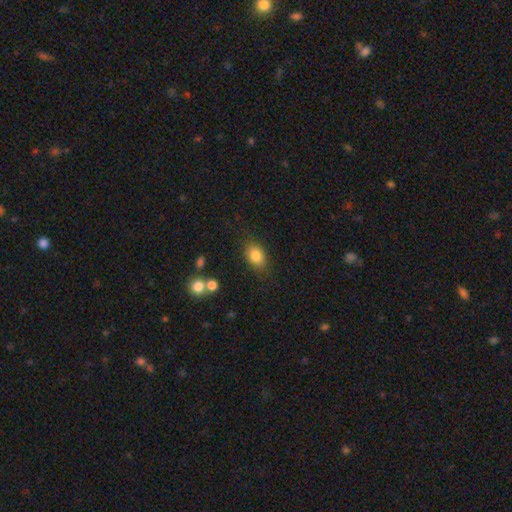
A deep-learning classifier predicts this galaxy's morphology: smooth-or-featured: smooth: 84% | star or artifact: 9% | featured or disk: 8%
  how-rounded: in between: 78% | round: 20% | cigar-shaped: 2%
  merging: none: 78% | minor disturbance: 14% | major disturbance: 4% | merger: 3%